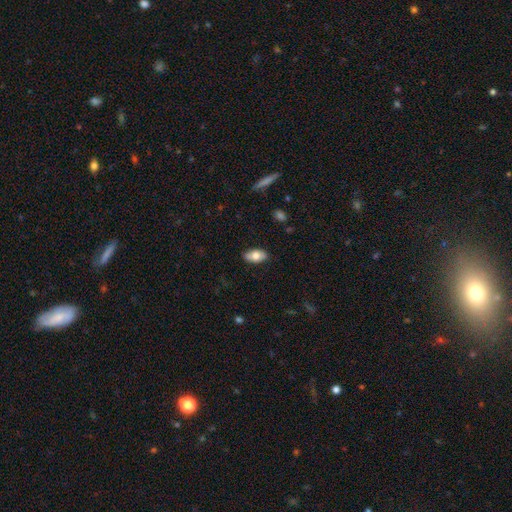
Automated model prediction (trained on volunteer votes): smooth_or_featured: smooth (p=0.73) [alt: featured or disk p=0.20]
how_rounded: in between (p=0.92) [alt: cigar-shaped p=0.04]
merging: none (p=0.86) [alt: minor disturbance p=0.11]